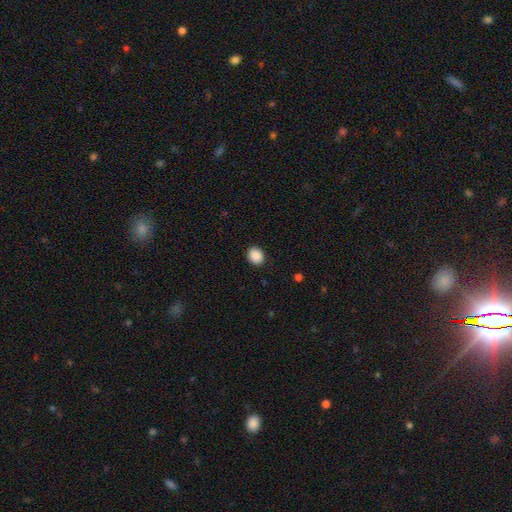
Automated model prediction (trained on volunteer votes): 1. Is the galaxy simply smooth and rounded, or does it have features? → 89% smooth, 8% star or artifact, 3% featured or disk.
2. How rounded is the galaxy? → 60% round, 40% in between, 1% cigar-shaped.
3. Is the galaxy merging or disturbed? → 90% none, 7% minor disturbance, 2% major disturbance, 1% merger.